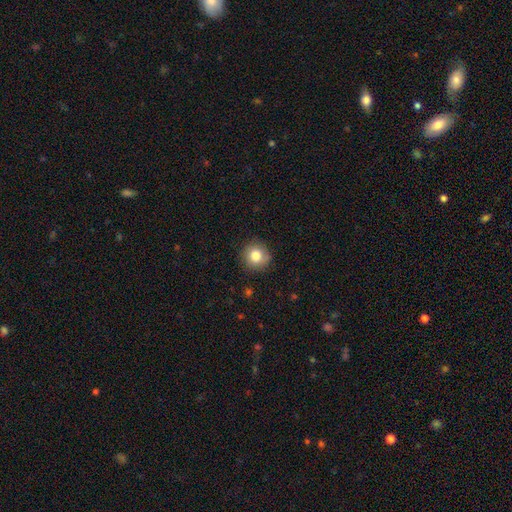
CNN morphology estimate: smooth 82%, star or artifact 10%, featured or disk 8%. Down the decision tree: how rounded — round (91%); merging — none (87%).